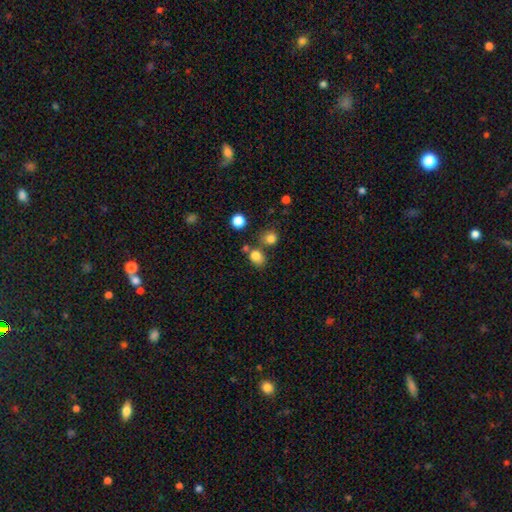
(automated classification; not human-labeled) The model was most divided on "how rounded": round: 52%, in between: 47%, cigar-shaped: 1%. More confident: smooth or featured — smooth (80%); merging — none (61%).